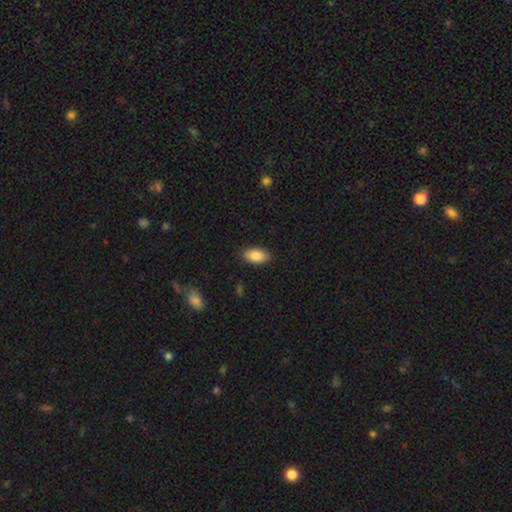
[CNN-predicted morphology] Smooth or featured?
  - smooth: 86% *
  - featured or disk: 7%
  - star or artifact: 7%
How rounded?
  - in between: 92% *
  - cigar-shaped: 5%
  - round: 3%
Merging?
  - none: 87% *
  - minor disturbance: 10%
  - major disturbance: 2%
  - merger: 1%